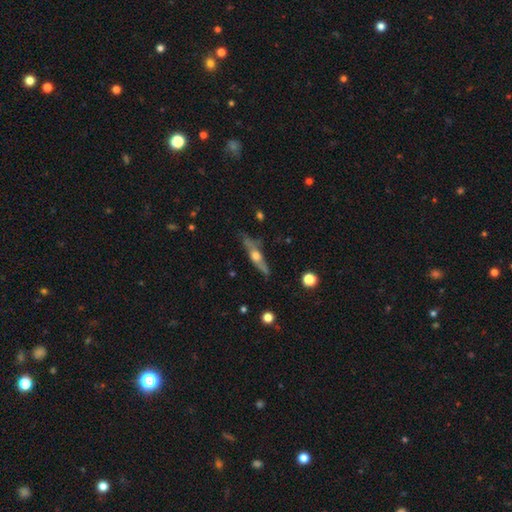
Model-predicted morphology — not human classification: Smooth or featured?
  - featured or disk: 70% *
  - smooth: 23%
  - star or artifact: 7%
Edge-on disk?
  - yes: 92% *
  - no: 8%
Edge-on bulge?
  - rounded: 90% *
  - boxy: 5%
  - none: 5%
Merging?
  - none: 79% *
  - minor disturbance: 15%
  - major disturbance: 4%
  - merger: 2%